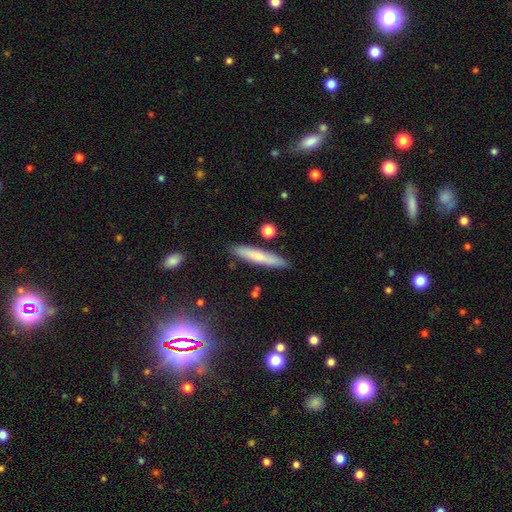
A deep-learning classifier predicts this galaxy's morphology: smooth-or-featured: smooth: 60% | featured or disk: 32% | star or artifact: 9%
  how-rounded: cigar-shaped: 92% | in between: 7% | round: 2%
  merging: none: 88% | minor disturbance: 8% | merger: 2% | major disturbance: 2%